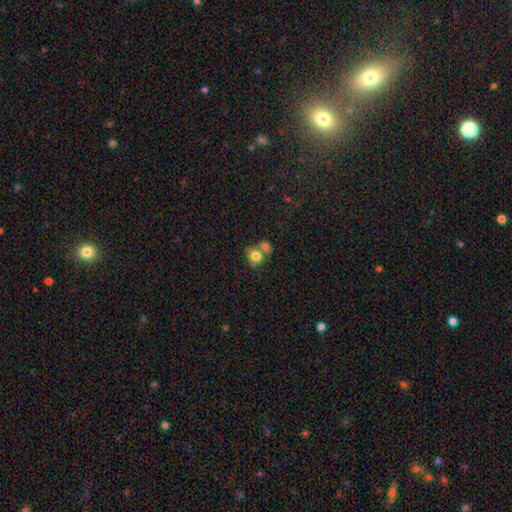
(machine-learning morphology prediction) Smooth or featured: smooth — 77% (featured or disk — 13%)
How rounded: round — 69% (in between — 30%)
Merging: merger — 46% (none — 37%)